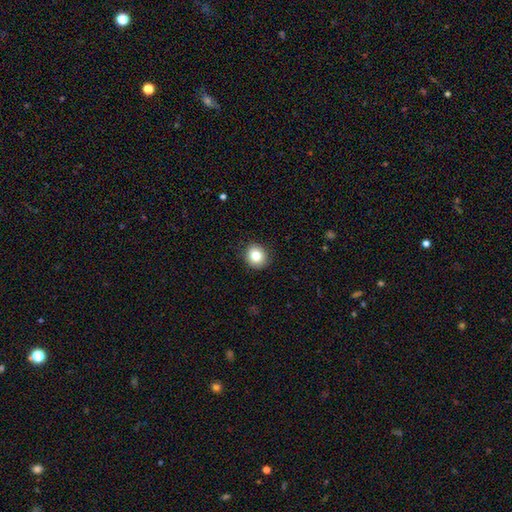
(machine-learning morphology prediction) smooth_or_featured: smooth (p=0.81) [alt: star or artifact p=0.10]
how_rounded: round (p=0.80) [alt: in between p=0.19]
merging: none (p=0.89) [alt: minor disturbance p=0.08]